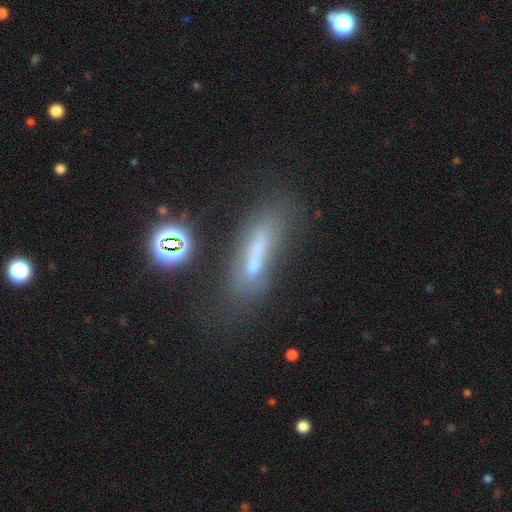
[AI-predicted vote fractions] A smooth galaxy with no disk features (43%).

Vote fractions:
- Smooth or featured? smooth: 43% / featured or disk: 37% / star or artifact: 19%
- Merging? none: 44% / minor disturbance: 22% / major disturbance: 19% / merger: 15%